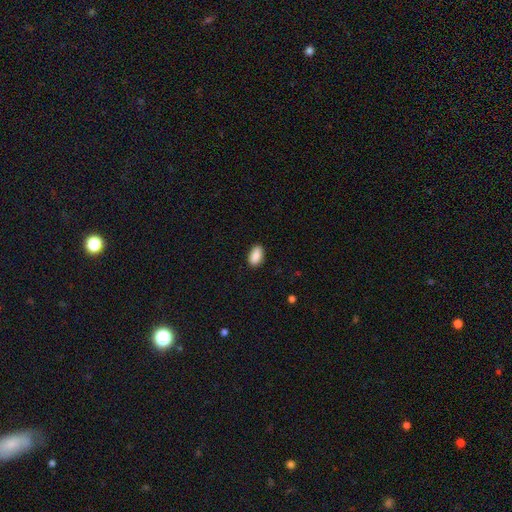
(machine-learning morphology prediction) This is clearly a smooth galaxy (90%). How rounded: clearly in between (93%). Merging: clearly none (87%).